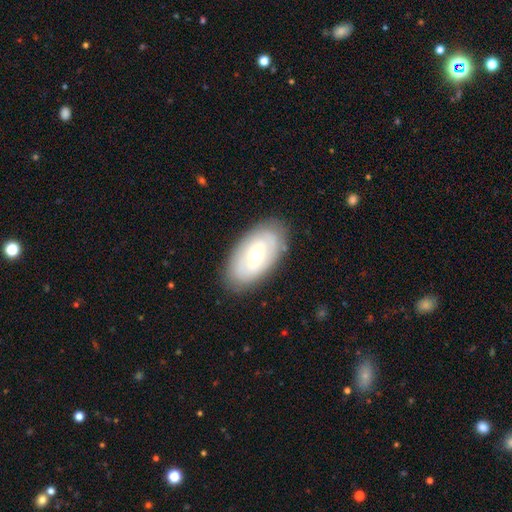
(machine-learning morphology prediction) The model was most divided on "smooth or featured": featured or disk: 54%, smooth: 39%, star or artifact: 6%. More confident: edge-on disk — no (89%); merging — none (82%).